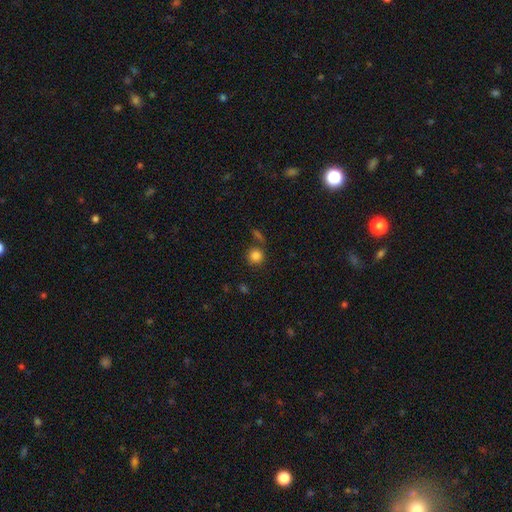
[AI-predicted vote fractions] Smooth or featured?
  - smooth: 83% *
  - star or artifact: 11%
  - featured or disk: 5%
How rounded?
  - round: 90% *
  - in between: 9%
  - cigar-shaped: 1%
Merging?
  - none: 74% *
  - merger: 11%
  - minor disturbance: 11%
  - major disturbance: 4%